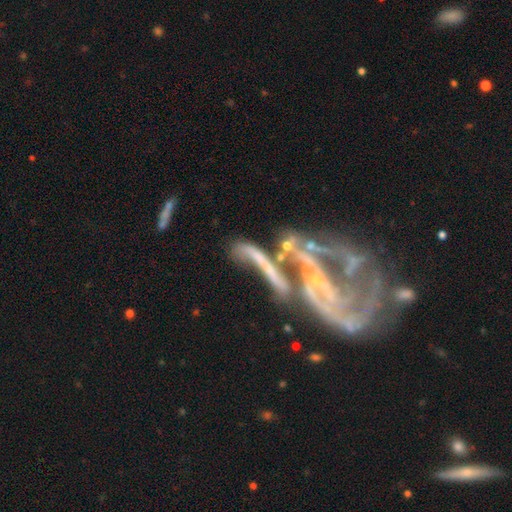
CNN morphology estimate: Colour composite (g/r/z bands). It shows a featured or disk galaxy (55%). Merging: merger (39%).